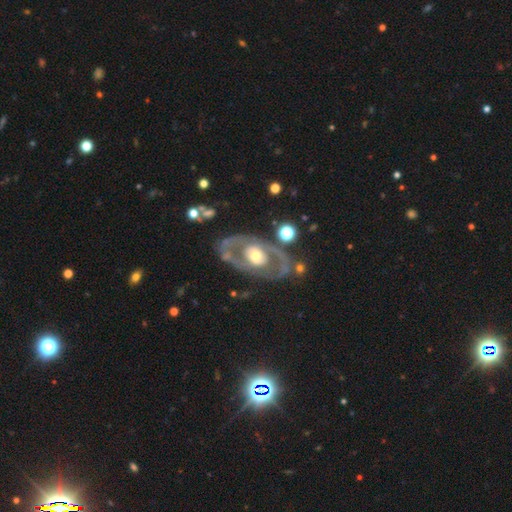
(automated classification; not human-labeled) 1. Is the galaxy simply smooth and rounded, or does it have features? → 77% featured or disk, 18% smooth, 5% star or artifact.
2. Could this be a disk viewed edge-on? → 93% no, 7% yes.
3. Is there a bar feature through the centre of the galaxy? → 71% no, 20% weak, 9% strong.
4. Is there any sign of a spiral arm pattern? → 50% no (tied), 50% yes (tied).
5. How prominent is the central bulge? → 63% moderate, 18% large, 16% small, 2% dominant, 1% none.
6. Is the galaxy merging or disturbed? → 68% none, 16% minor disturbance, 13% major disturbance, 4% merger.